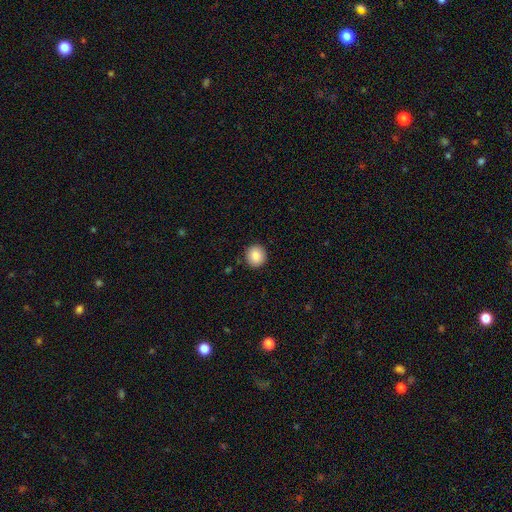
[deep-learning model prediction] smooth 84%, star or artifact 8%, featured or disk 7%. Down the decision tree: how rounded — round (93%); merging — none (91%).